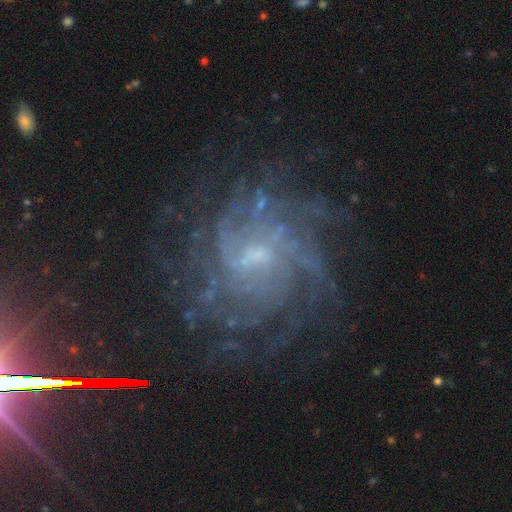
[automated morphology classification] Smooth or featured?
  - featured or disk: 79% *
  - star or artifact: 14%
  - smooth: 7%
Edge-on disk?
  - no: 97% *
  - yes: 3%
Bar?
  - weak: 52% *
  - no: 36%
  - strong: 12%
Spiral arms?
  - yes: 93% *
  - no: 7%
Spiral winding?
  - tight: 52% *
  - medium: 35%
  - loose: 13%
Spiral arm count?
  - can't tell: 37% *
  - more than 4: 22%
  - 4: 15%
  - 3: 9%
  - 2: 9%
  - 1: 8%
Bulge size?
  - small: 62% *
  - moderate: 24%
  - none: 10%
  - large: 2%
  - dominant: 1%
Merging?
  - none: 71% *
  - minor disturbance: 14%
  - major disturbance: 13%
  - merger: 2%